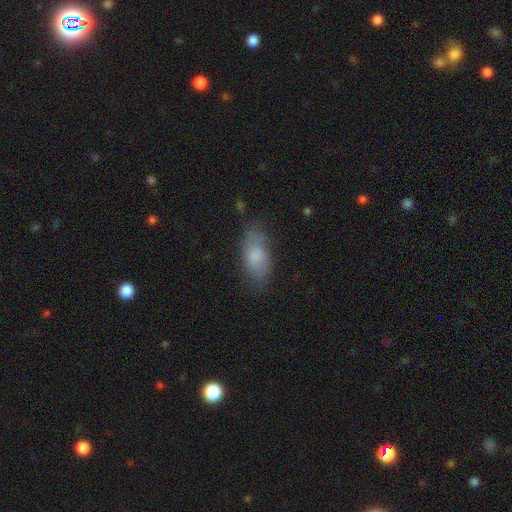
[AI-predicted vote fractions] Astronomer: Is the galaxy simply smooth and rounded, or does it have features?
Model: smooth — 79%.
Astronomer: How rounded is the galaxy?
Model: in between — 85%.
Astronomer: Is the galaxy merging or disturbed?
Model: none — 71%.